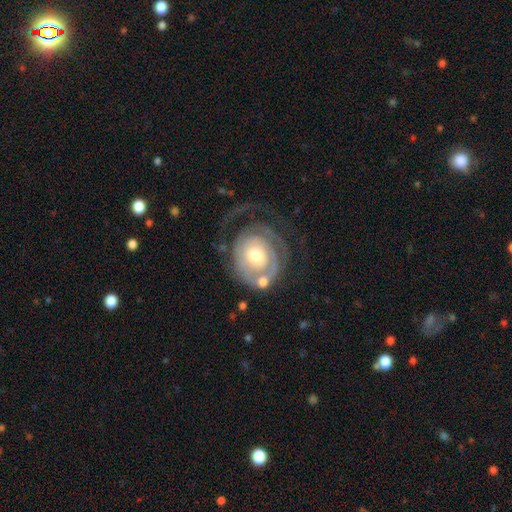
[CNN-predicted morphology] Smooth or featured? featured or disk (76%)
Edge-on disk? no (97%)
Bar? no (78%)
Spiral arms? yes (83%)
Spiral winding? tight (67%)
Spiral arm count? 1 (51%)
Bulge size? moderate (57%)
Merging? none (45%)